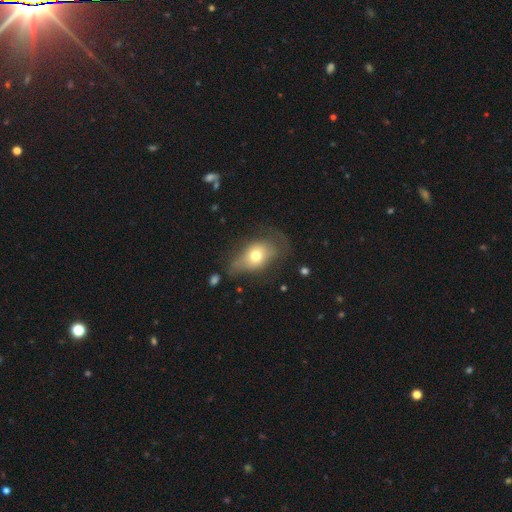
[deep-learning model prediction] This appears to be a smooth galaxy with no disk features (64%) that is in between round and cigar-shaped (74%). Merging: none (41%).